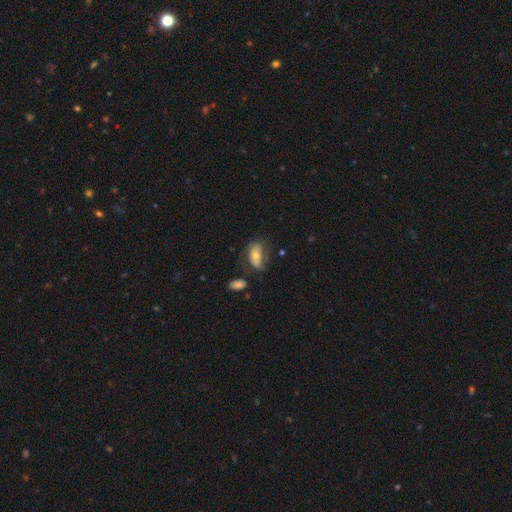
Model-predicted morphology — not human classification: smooth-or-featured: smooth: 58% | featured or disk: 34% | star or artifact: 8%
  how-rounded: in between: 88% | round: 7% | cigar-shaped: 4%
  merging: none: 55% | minor disturbance: 25% | major disturbance: 13% | merger: 7%